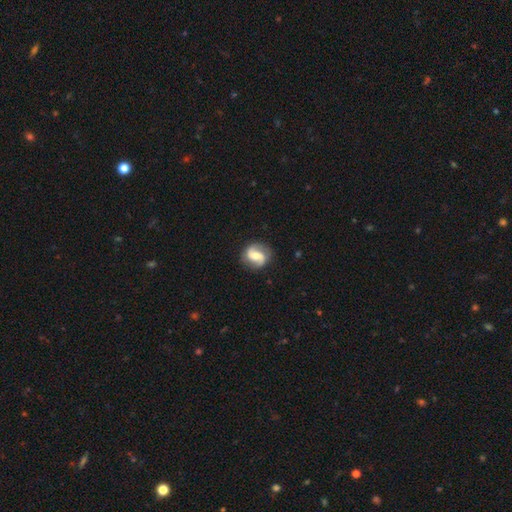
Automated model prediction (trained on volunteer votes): A featured or disk galaxy (75%) with a weak bar (45%), 2 (90%) medium (44%) spiral arms (93%) and a moderate central bulge (53%).

Vote fractions:
- Smooth or featured? featured or disk: 75% / smooth: 19% / star or artifact: 6%
- Edge-on disk? no: 98% / yes: 2%
- Bar? weak: 45% / no: 30% / strong: 24%
- Spiral arms? yes: 93% / no: 7%
- Spiral winding? medium: 44% / loose: 34% / tight: 22%
- Spiral arm count? 2: 90% / can't tell: 4% / 1: 3% / 3: 1% / 4: 1% / more than 4: 1%
- Bulge size? moderate: 53% / small: 28% / large: 11% / none: 5% / dominant: 2%
- Merging? none: 82% / minor disturbance: 13% / major disturbance: 4% / merger: 1%